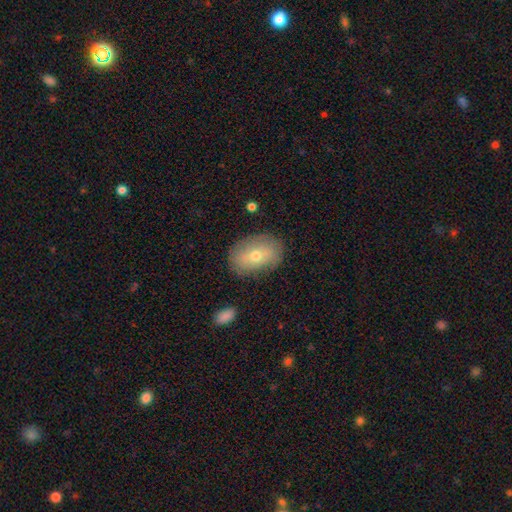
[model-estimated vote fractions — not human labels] Q: Smooth or featured?
A: smooth (62%); runner-up: featured or disk (30%)
Q: How rounded?
A: in between (83%); runner-up: round (15%)
Q: Merging?
A: none (81%); runner-up: minor disturbance (14%)